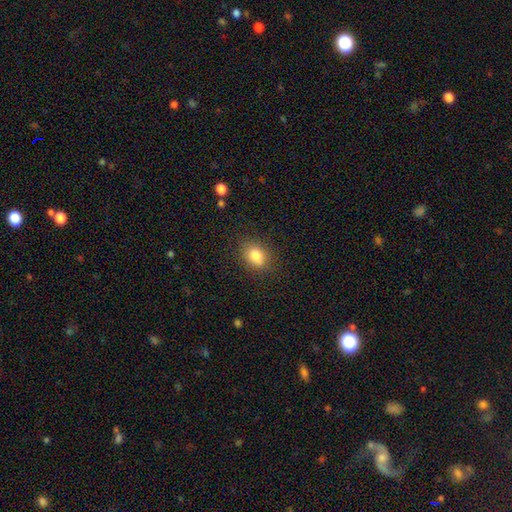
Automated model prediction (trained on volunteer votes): Smooth or featured? Predicted: smooth (p=0.82). How rounded? Predicted: in between (p=0.68). Merging? Predicted: none (p=0.81).